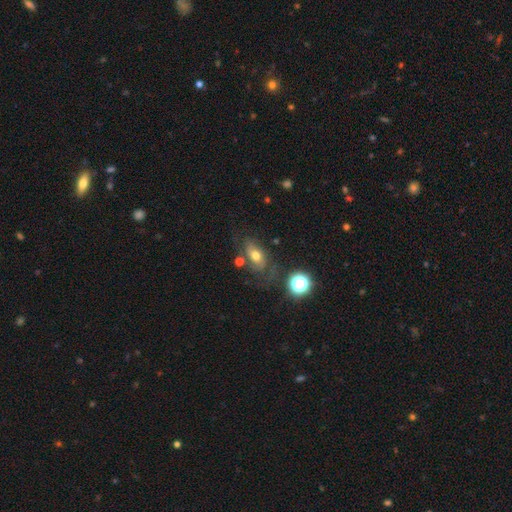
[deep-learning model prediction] Smooth or featured? smooth (45%)
Merging? none (53%)